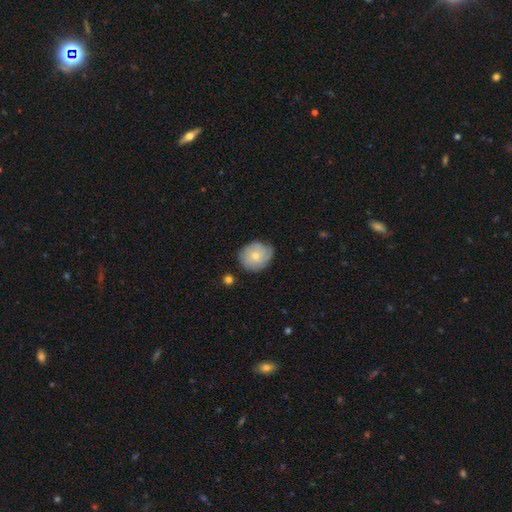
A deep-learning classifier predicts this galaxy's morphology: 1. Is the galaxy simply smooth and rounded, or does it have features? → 66% smooth, 27% featured or disk, 7% star or artifact.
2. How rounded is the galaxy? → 74% round, 25% in between, 1% cigar-shaped.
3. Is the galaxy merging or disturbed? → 70% none, 24% minor disturbance, 5% major disturbance, 2% merger.